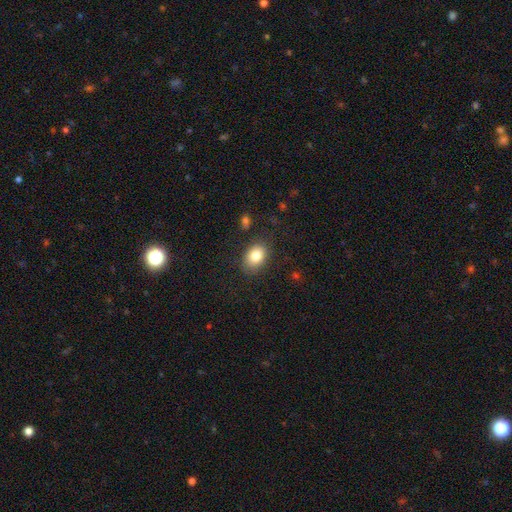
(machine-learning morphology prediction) smooth-or-featured: smooth: 83% | featured or disk: 9% | star or artifact: 8%
  how-rounded: in between: 79% | round: 20% | cigar-shaped: 1%
  merging: none: 82% | minor disturbance: 12% | major disturbance: 4% | merger: 2%